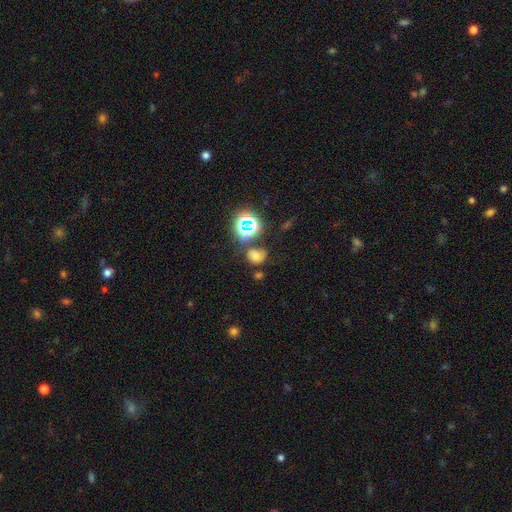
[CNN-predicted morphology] This appears to be a smooth galaxy with no disk features (59%) that is round (65%). Merging: none (67%).